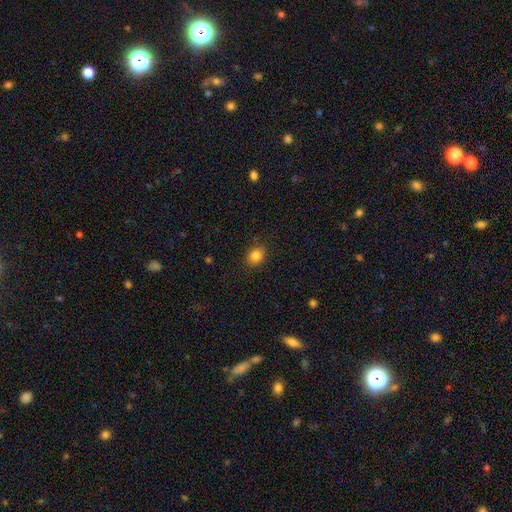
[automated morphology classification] A smooth galaxy with no disk features (84%) that is round (54%).

Vote fractions:
- Smooth or featured? smooth: 84% / star or artifact: 10% / featured or disk: 6%
- How rounded? round: 54% / in between: 45% / cigar-shaped: 1%
- Merging? none: 87% / minor disturbance: 9% / major disturbance: 2% / merger: 1%